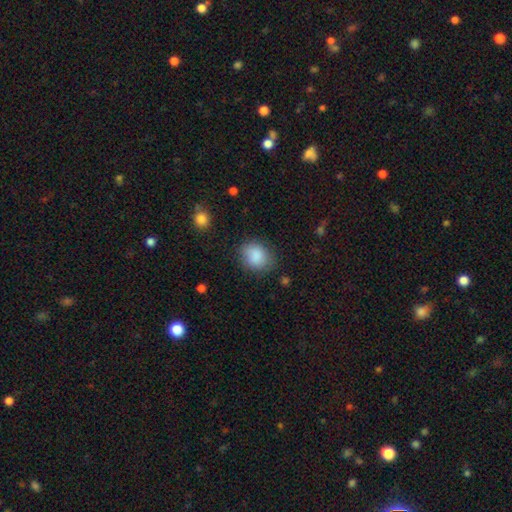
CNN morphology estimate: Smooth or featured? Predicted: smooth (p=0.87). How rounded? Predicted: round (p=0.53). Merging? Predicted: none (p=0.76).